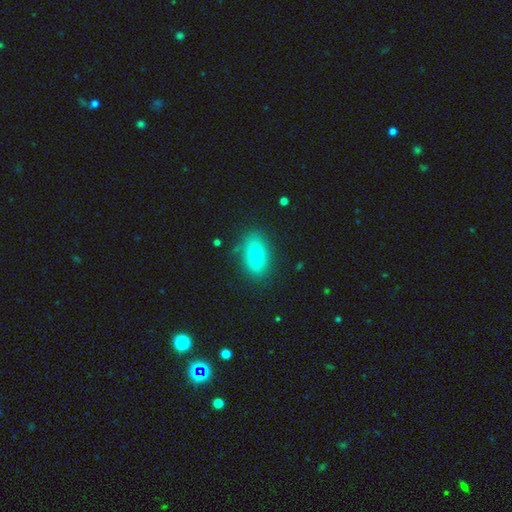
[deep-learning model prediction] smooth_or_featured: smooth (p=0.74) [alt: featured or disk p=0.17]
how_rounded: in between (p=0.87) [alt: round p=0.08]
merging: none (p=0.80) [alt: minor disturbance p=0.14]